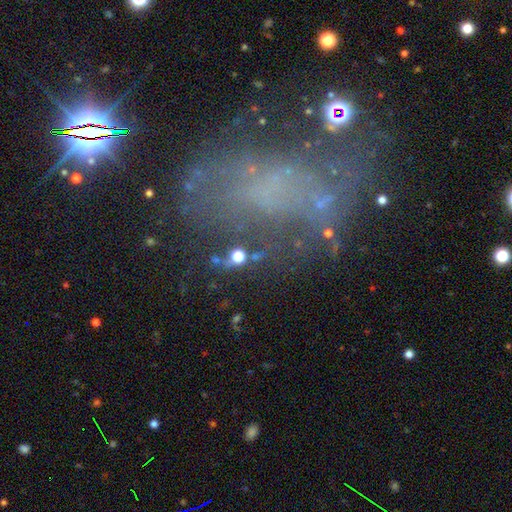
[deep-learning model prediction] Overall: featured or disk (51%; star or artifact 26%). Edge-on disk: no (95%). Merging: none (50%; major disturbance 25%).